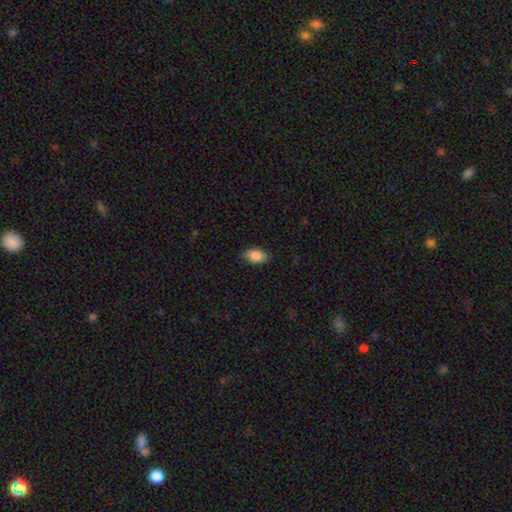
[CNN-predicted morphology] Q: Smooth or featured?
A: smooth (87%); runner-up: star or artifact (7%)
Q: How rounded?
A: in between (91%); runner-up: round (7%)
Q: Merging?
A: none (86%); runner-up: minor disturbance (11%)